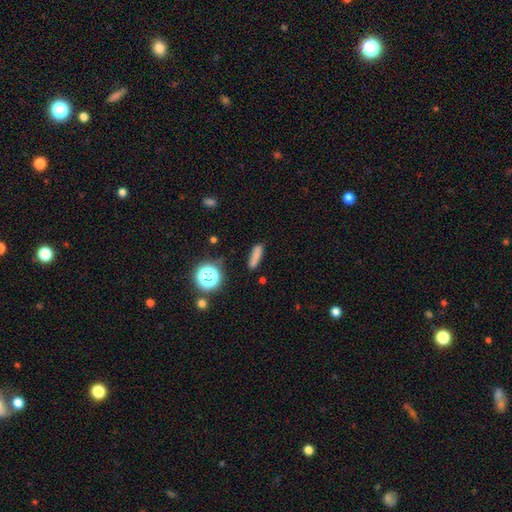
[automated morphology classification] smooth_or_featured: smooth (p=0.77) [alt: star or artifact p=0.14]
how_rounded: cigar-shaped (p=0.75) [alt: in between p=0.20]
merging: none (p=0.80) [alt: minor disturbance p=0.13]